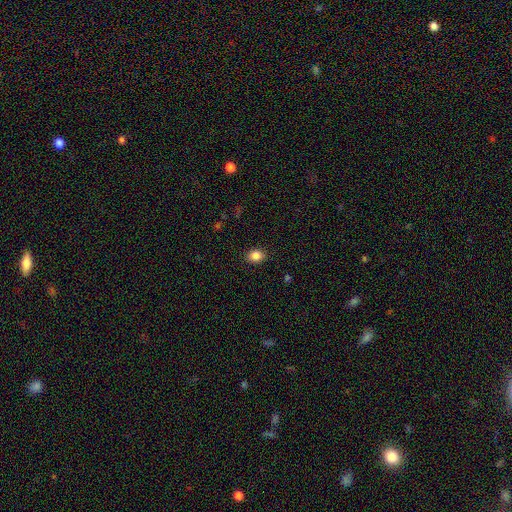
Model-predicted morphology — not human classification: Smooth or featured: smooth — 86% (star or artifact — 10%)
How rounded: in between — 57% (round — 42%)
Merging: none — 89% (minor disturbance — 8%)